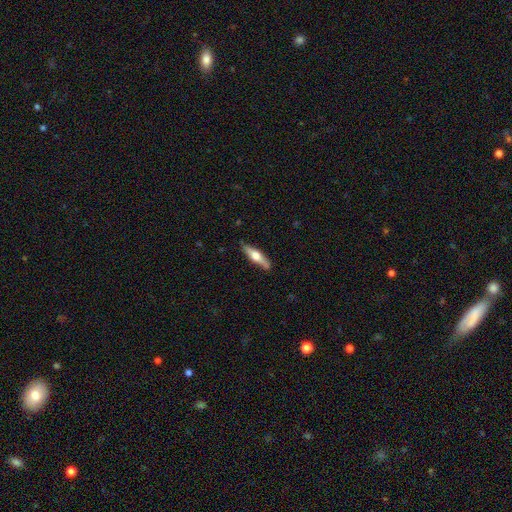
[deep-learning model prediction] Smooth or featured? Predicted: featured or disk (p=0.49). Merging? Predicted: none (p=0.83).